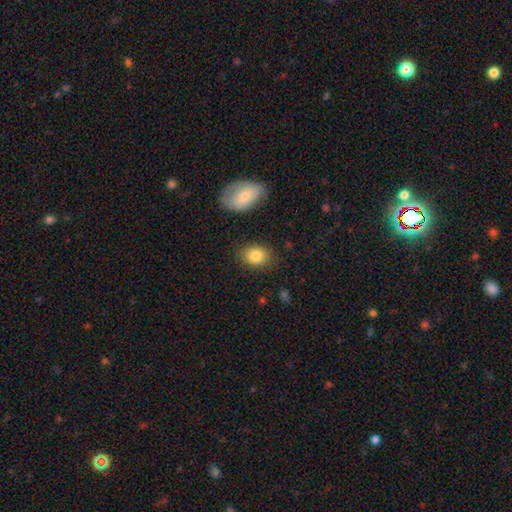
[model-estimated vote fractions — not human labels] smooth 84%, star or artifact 8%, featured or disk 8%. Down the decision tree: how rounded — in between (60%); merging — none (81%).